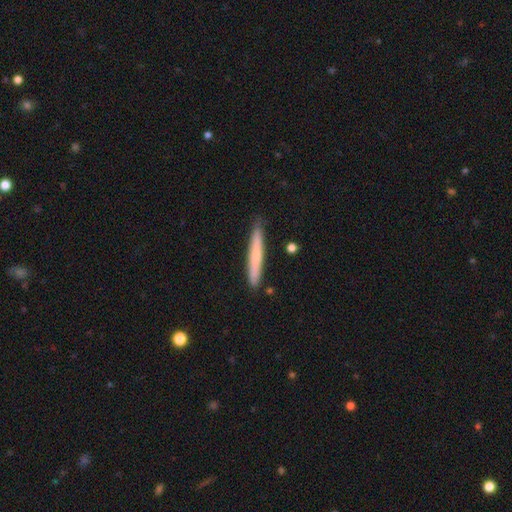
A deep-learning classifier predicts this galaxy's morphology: Smooth or featured? smooth (63%)
How rounded? cigar-shaped (96%)
Merging? none (87%)